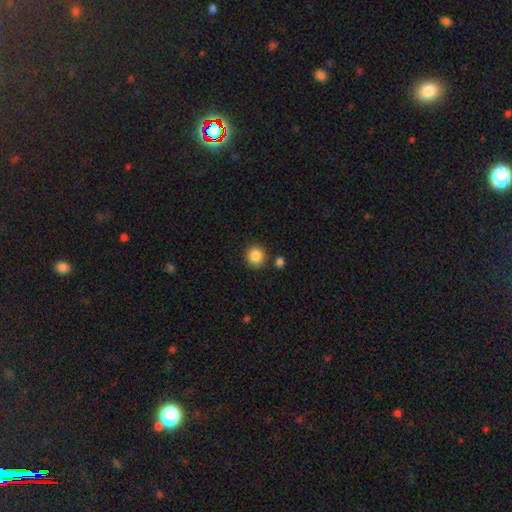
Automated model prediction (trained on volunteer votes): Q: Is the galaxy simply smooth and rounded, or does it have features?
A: smooth — 86%.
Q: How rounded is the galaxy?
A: round — 88%.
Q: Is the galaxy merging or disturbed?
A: none — 85%.